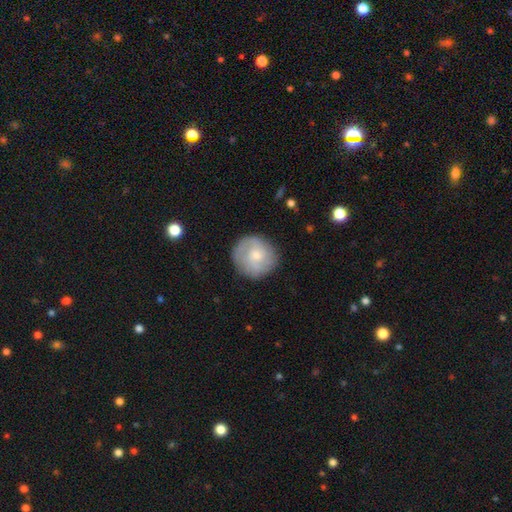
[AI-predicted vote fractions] smooth_or_featured: smooth (p=0.51) [alt: featured or disk p=0.43]
how_rounded: round (p=0.93) [alt: in between p=0.06]
merging: none (p=0.82) [alt: minor disturbance p=0.13]